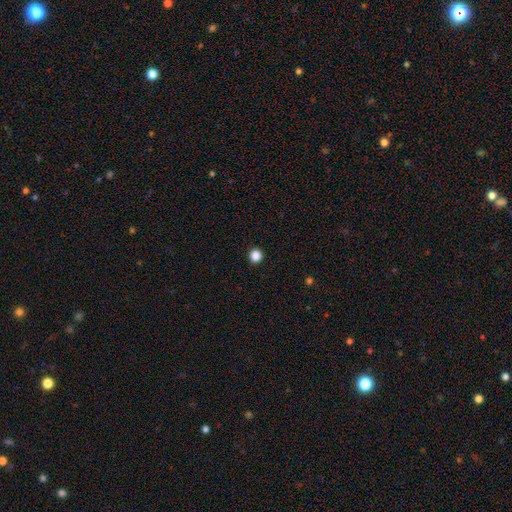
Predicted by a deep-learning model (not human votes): A smooth galaxy with no disk features (86%) that is round (94%). Merging: none (94%).